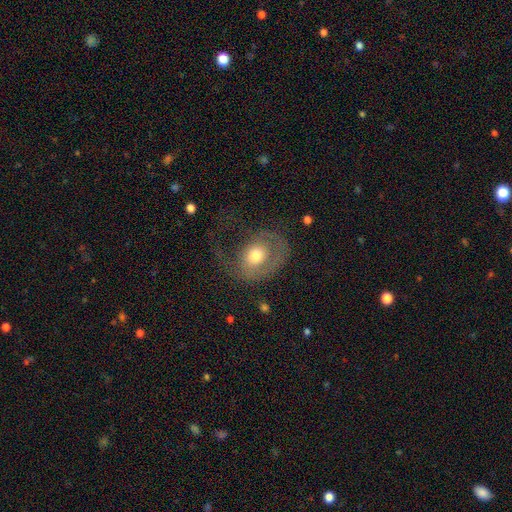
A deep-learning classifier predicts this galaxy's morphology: smooth 48%, featured or disk 44%, star or artifact 8%. Down the decision tree: merging — major disturbance (44%).